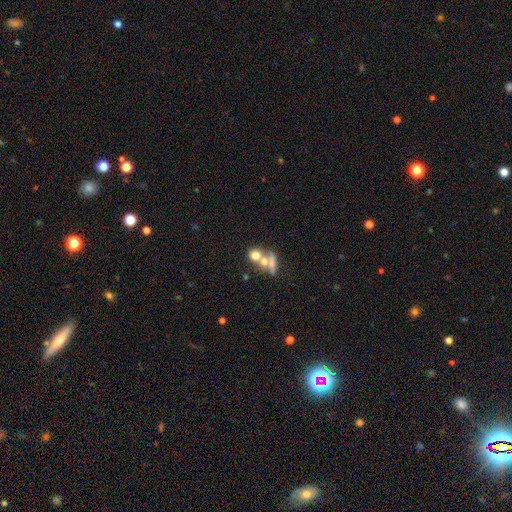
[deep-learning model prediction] This is likely a smooth galaxy (68%). How rounded: possibly round (58%). Merging: possibly merger (55%).